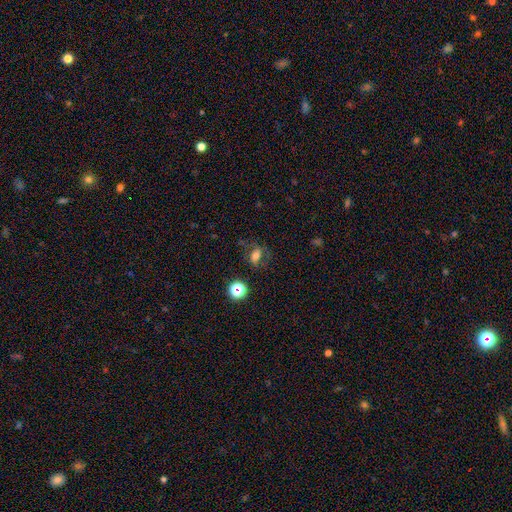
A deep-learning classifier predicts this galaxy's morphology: The model was most divided on "smooth or featured": smooth: 53%, featured or disk: 27%, star or artifact: 20%. More confident: how rounded — in between (68%); merging — none (59%).